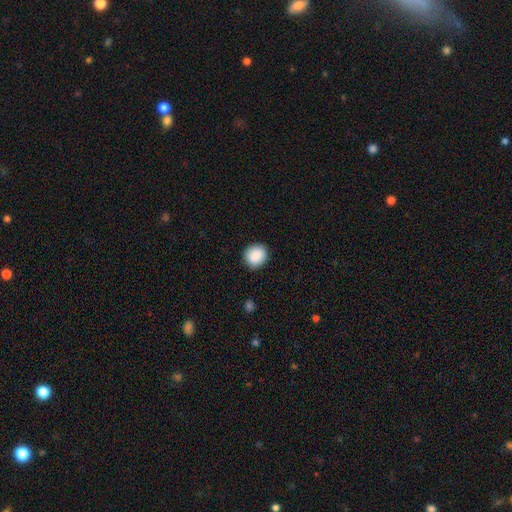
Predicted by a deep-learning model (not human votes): Smooth or featured? smooth (89%)
How rounded? round (82%)
Merging? none (89%)